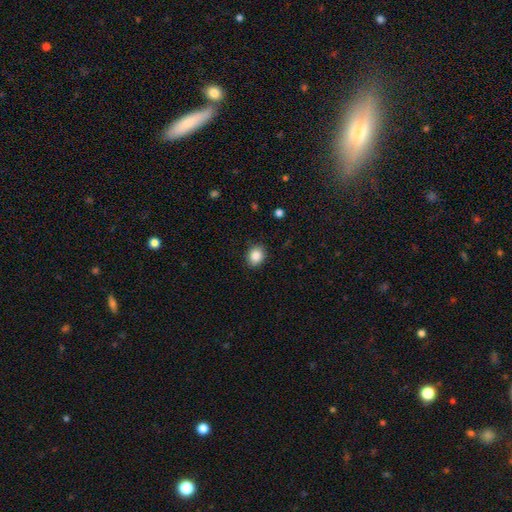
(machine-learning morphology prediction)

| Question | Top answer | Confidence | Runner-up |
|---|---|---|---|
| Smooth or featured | smooth | 87% | star or artifact (9%) |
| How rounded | round | 62% | in between (37%) |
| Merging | none | 88% | minor disturbance (9%) |